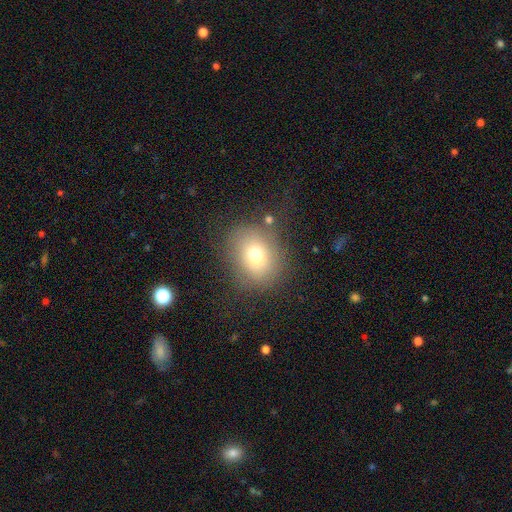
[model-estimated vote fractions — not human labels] A smooth galaxy with no disk features (72%) that is round (64%). Merging: none (74%).